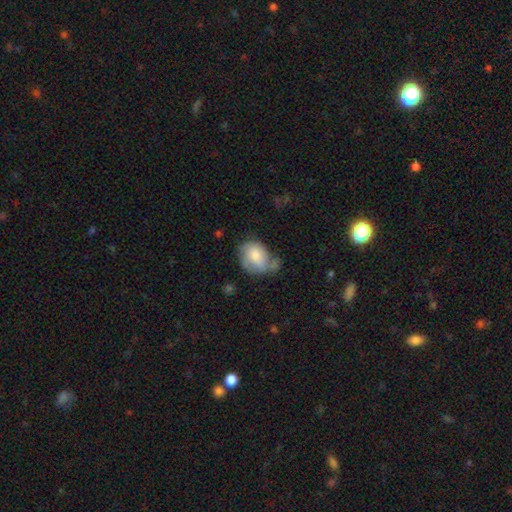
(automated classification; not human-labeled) smooth_or_featured: smooth (p=0.69) [alt: featured or disk p=0.24]
how_rounded: in between (p=0.59) [alt: round p=0.39]
merging: minor disturbance (p=0.34) [alt: none p=0.32]